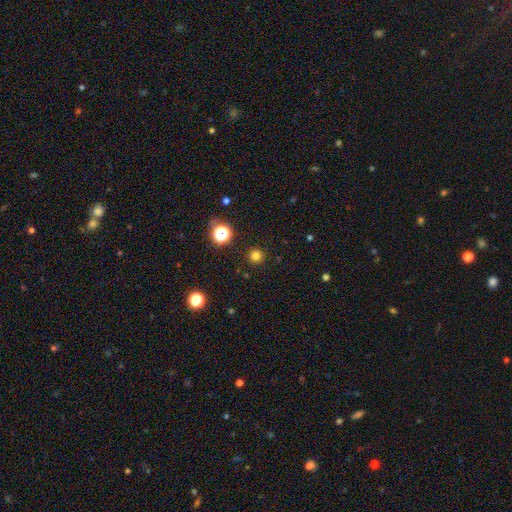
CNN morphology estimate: type=smooth (77%); roundness=round (96%); merging=none (92%).